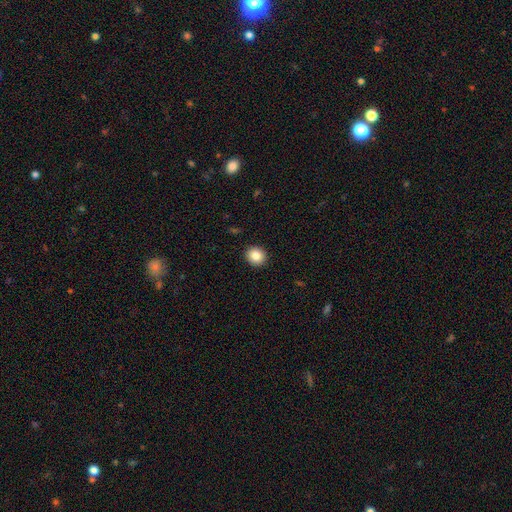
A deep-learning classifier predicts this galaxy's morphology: Smooth or featured: smooth — 86% (star or artifact — 9%)
How rounded: round — 87% (in between — 12%)
Merging: none — 93% (minor disturbance — 5%)